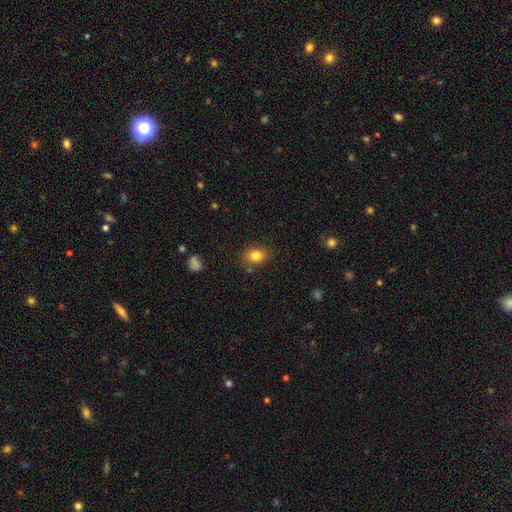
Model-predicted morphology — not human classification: Smooth or featured: smooth — 82% (star or artifact — 10%)
How rounded: in between — 56% (round — 43%)
Merging: none — 78% (minor disturbance — 14%)